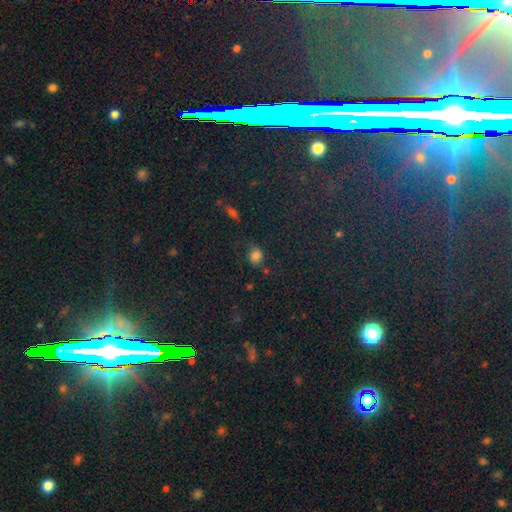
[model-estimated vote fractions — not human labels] Overall: smooth (74%). How rounded: round (58%; in between 40%). Merging: none (61%; minor disturbance 23%).